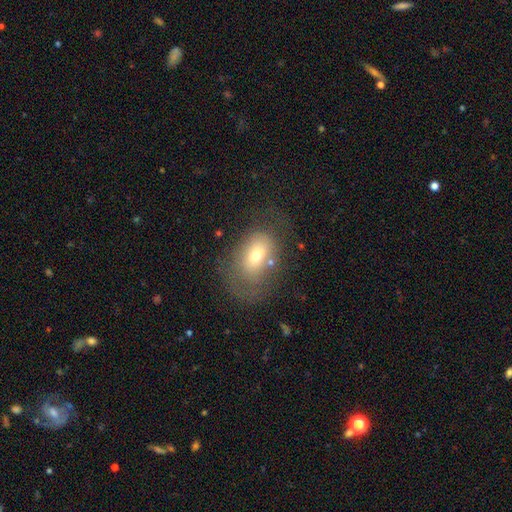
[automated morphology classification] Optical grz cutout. It shows a smooth galaxy with no disk features (55%) that is in between round and cigar-shaped (79%). Merging: none (40%).